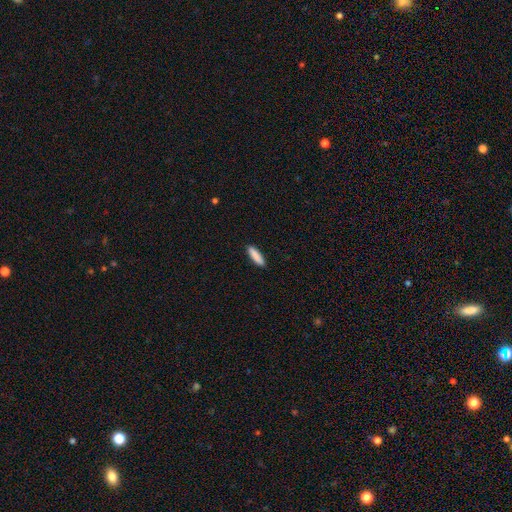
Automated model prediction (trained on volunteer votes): Morphology: type=smooth (88%); roundness=cigar-shaped (74%); merging=none (91%).